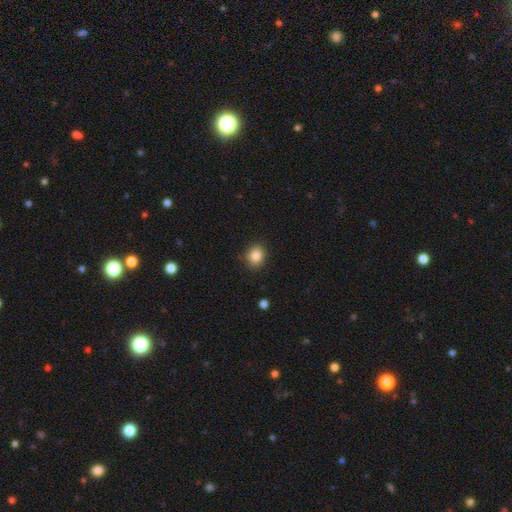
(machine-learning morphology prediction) Overall: smooth (84%). How rounded: round (72%). Merging: none (87%).